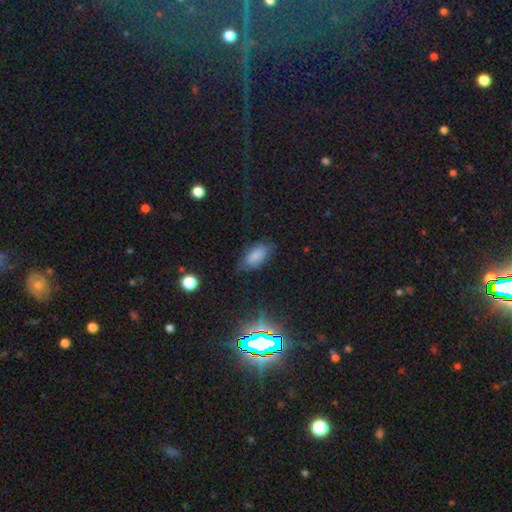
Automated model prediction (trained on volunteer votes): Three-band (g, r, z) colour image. It shows a smooth galaxy with no disk features (81%) that is in between round and cigar-shaped (90%). Merging: none (72%).